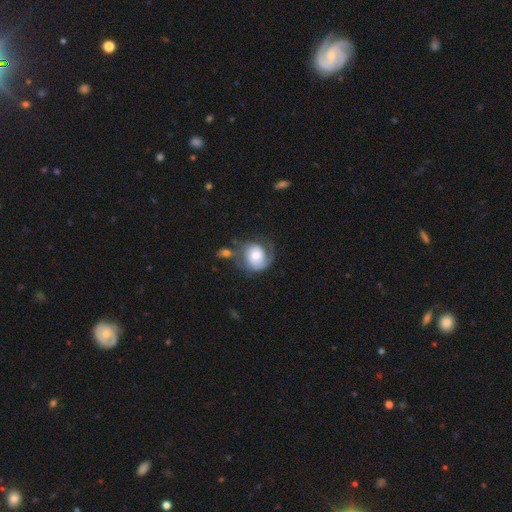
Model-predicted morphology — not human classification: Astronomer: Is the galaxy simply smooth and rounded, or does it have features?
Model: featured or disk — 60%.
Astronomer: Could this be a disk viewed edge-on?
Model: no — 97%.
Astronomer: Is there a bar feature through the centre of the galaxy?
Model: no — 66%.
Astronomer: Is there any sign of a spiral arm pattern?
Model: yes — 86%.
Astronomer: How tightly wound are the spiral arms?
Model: tight — 38% (runner-up: medium, 37%).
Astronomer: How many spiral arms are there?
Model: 1 — 45% (runner-up: 2, 42%).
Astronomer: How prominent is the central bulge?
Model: moderate — 57%.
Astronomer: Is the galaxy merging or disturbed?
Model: none — 46% (runner-up: minor disturbance, 23%).